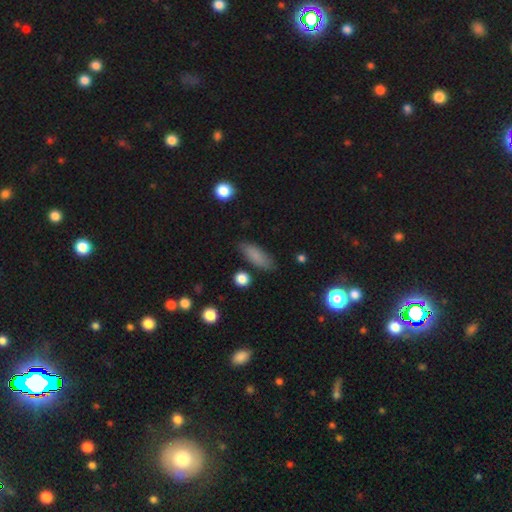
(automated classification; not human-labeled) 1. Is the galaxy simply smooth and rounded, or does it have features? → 82% smooth, 10% featured or disk, 8% star or artifact.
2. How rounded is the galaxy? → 63% in between, 34% cigar-shaped, 3% round.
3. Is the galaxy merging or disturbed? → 81% none, 14% minor disturbance, 3% major disturbance, 2% merger.